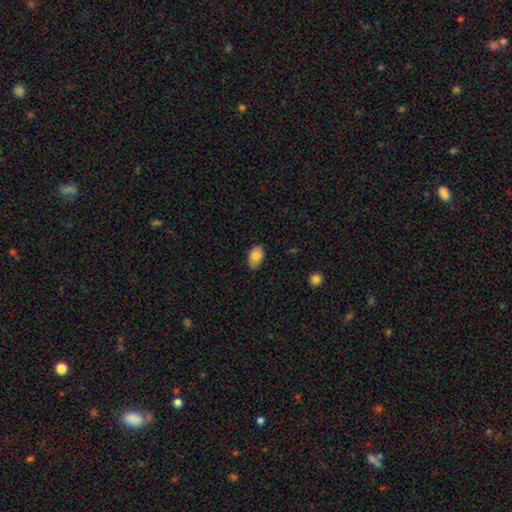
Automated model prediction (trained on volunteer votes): Smooth or featured? Predicted: smooth (p=0.79). How rounded? Predicted: in between (p=0.90). Merging? Predicted: none (p=0.78).